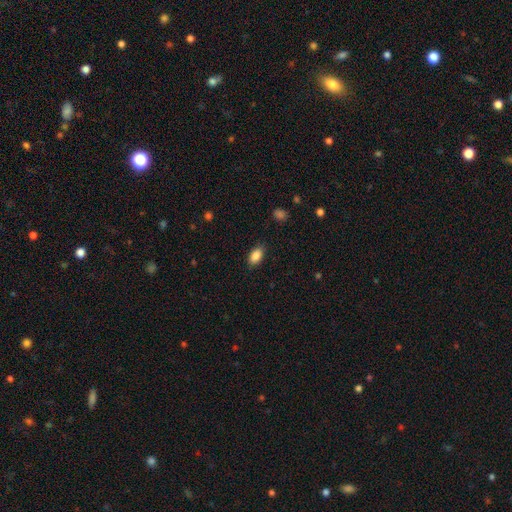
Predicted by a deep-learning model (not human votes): A smooth galaxy with no disk features (88%) that is in between round and cigar-shaped (91%).

Vote fractions:
- Smooth or featured? smooth: 88% / star or artifact: 8% / featured or disk: 4%
- How rounded? in between: 91% / round: 6% / cigar-shaped: 3%
- Merging? none: 85% / minor disturbance: 11% / major disturbance: 3% / merger: 1%